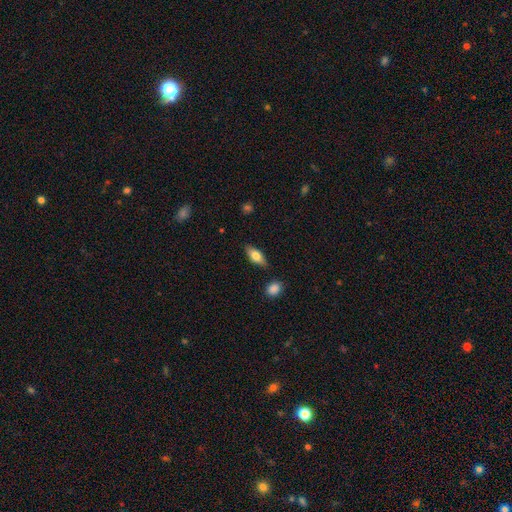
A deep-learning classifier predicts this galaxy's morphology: A smooth galaxy with no disk features (72%) that is in between round and cigar-shaped (81%).

Vote fractions:
- Smooth or featured? smooth: 72% / featured or disk: 21% / star or artifact: 7%
- How rounded? in between: 81% / cigar-shaped: 15% / round: 4%
- Merging? none: 85% / minor disturbance: 11% / merger: 2% / major disturbance: 2%